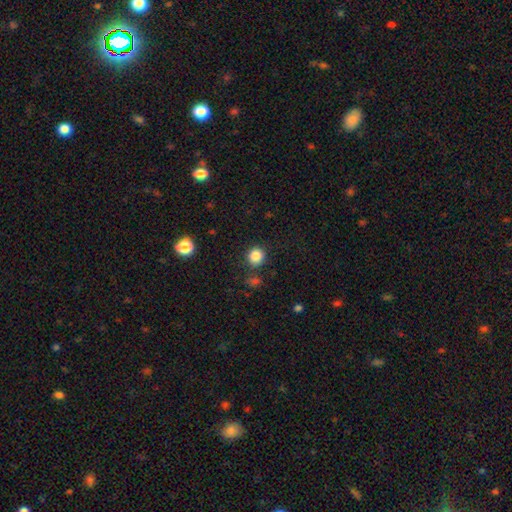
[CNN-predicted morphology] smooth 85%, star or artifact 11%, featured or disk 4%. Down the decision tree: how rounded — round (88%); merging — none (85%).